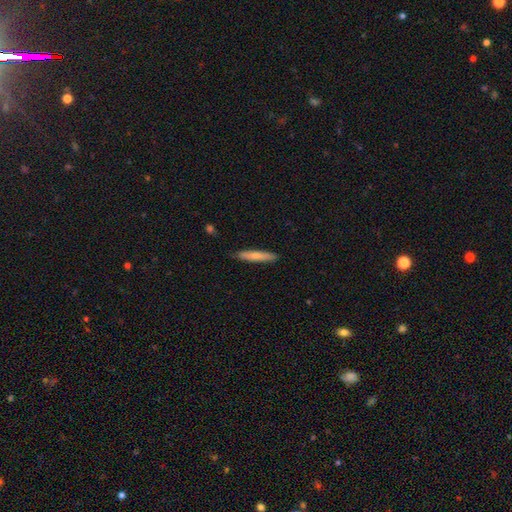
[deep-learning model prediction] This is likely a smooth galaxy (73%). How rounded: clearly cigar-shaped (92%). Merging: clearly none (87%).